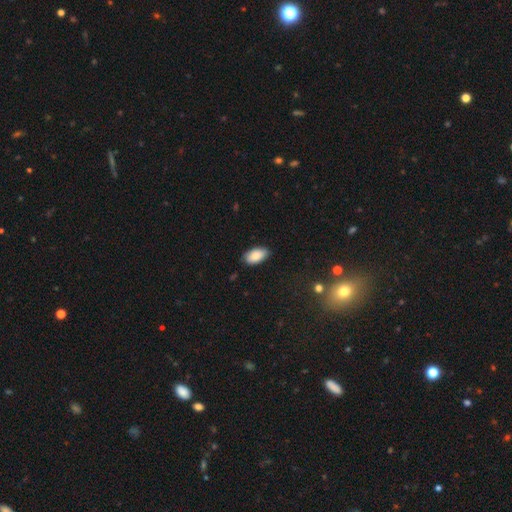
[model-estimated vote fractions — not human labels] Morphology: type=smooth (85%); roundness=in between (95%); merging=none (83%).